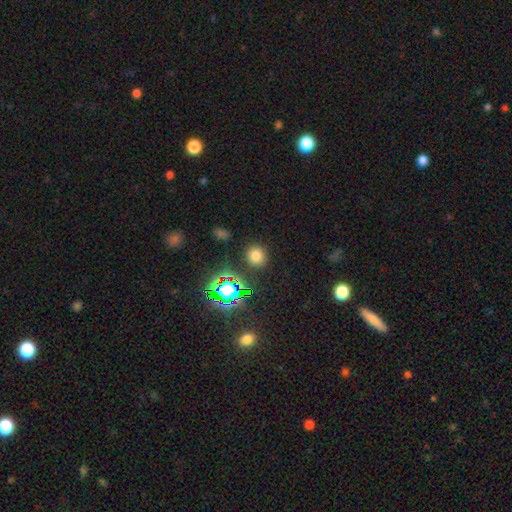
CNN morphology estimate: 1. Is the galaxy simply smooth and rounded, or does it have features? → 71% smooth, 23% star or artifact, 7% featured or disk.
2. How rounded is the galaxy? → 83% round, 16% in between, 1% cigar-shaped.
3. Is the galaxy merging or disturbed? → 87% none, 7% minor disturbance, 3% major disturbance, 2% merger.